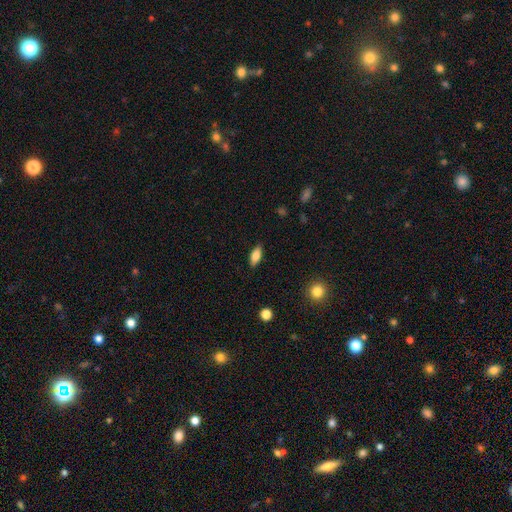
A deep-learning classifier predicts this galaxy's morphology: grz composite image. It shows a smooth galaxy with no disk features (81%) that is in between round and cigar-shaped (82%). Merging: none (87%).